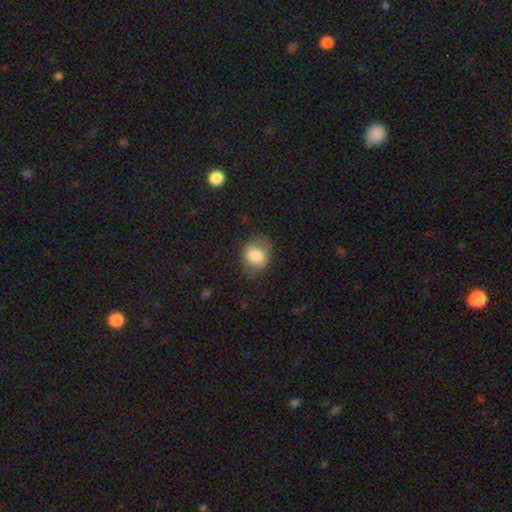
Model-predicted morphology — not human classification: The model was most divided on "how rounded": round: 60%, in between: 39%, cigar-shaped: 1%. More confident: smooth or featured — smooth (81%); merging — none (66%).